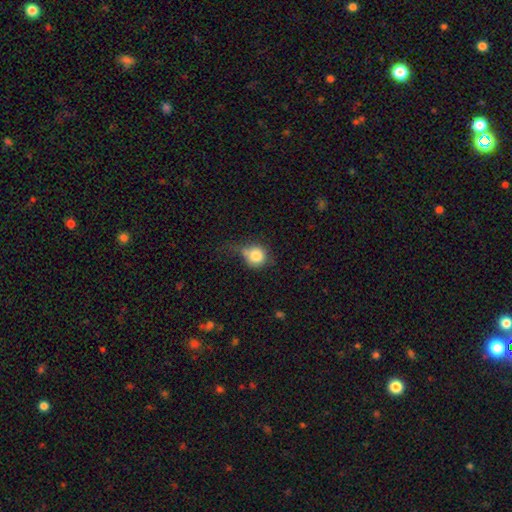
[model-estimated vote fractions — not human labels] This is likely a smooth galaxy (80%). How rounded: clearly round (87%). Merging: marginally none (40%).